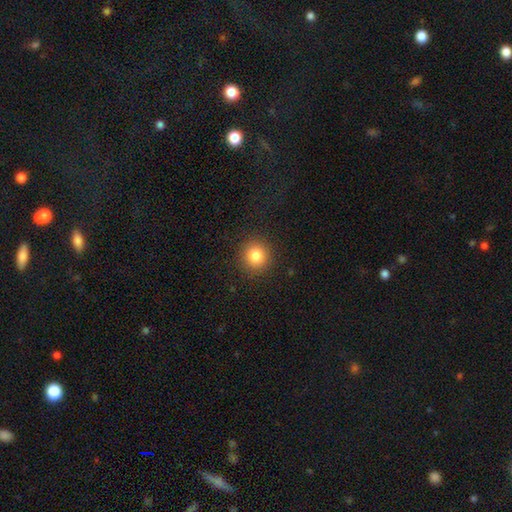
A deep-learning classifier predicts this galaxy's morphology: smooth_or_featured: smooth (p=0.84) [alt: star or artifact p=0.11]
how_rounded: round (p=0.92) [alt: in between p=0.07]
merging: none (p=0.91) [alt: minor disturbance p=0.06]